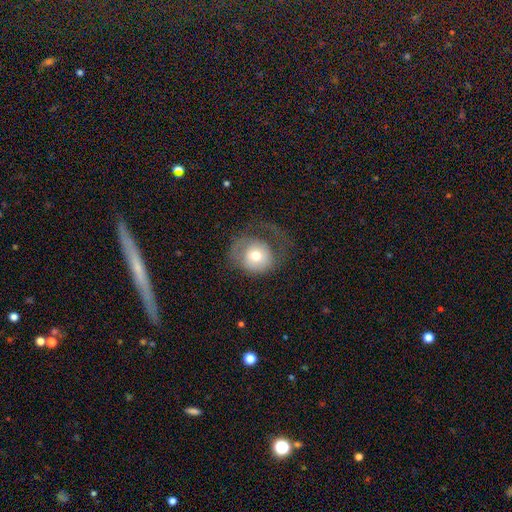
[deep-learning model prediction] smooth-or-featured: smooth: 61% | featured or disk: 31% | star or artifact: 8%
  how-rounded: round: 79% | in between: 20% | cigar-shaped: 1%
  merging: major disturbance: 44% | none: 35% | minor disturbance: 20% | merger: 2%